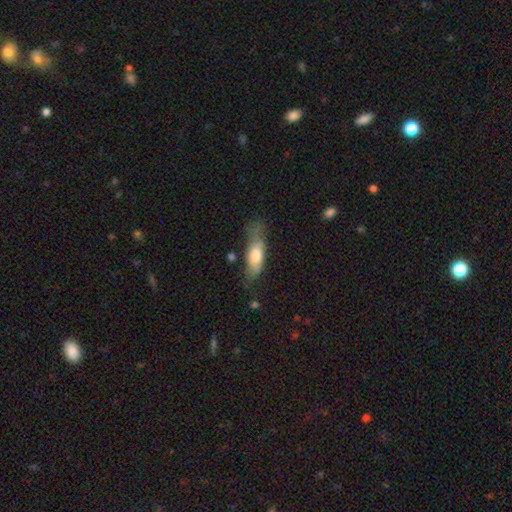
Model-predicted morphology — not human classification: Smooth or featured?
  - smooth: 66% *
  - featured or disk: 28%
  - star or artifact: 6%
How rounded?
  - in between: 58% *
  - cigar-shaped: 39%
  - round: 3%
Merging?
  - none: 42% *
  - minor disturbance: 33%
  - major disturbance: 21%
  - merger: 4%